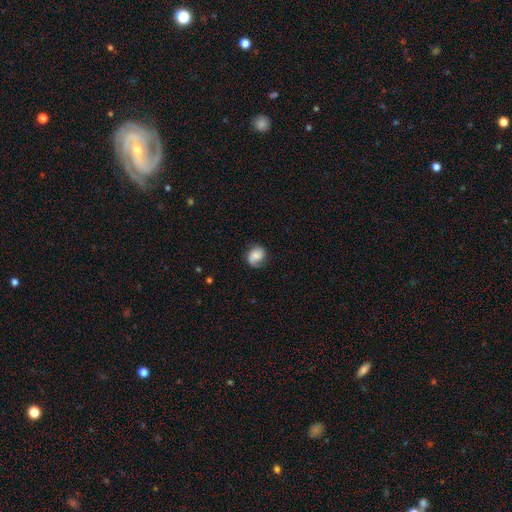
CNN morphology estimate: Smooth or featured?
  - smooth: 53% *
  - featured or disk: 39%
  - star or artifact: 9%
How rounded?
  - round: 53% *
  - in between: 46%
  - cigar-shaped: 1%
Merging?
  - none: 68% *
  - minor disturbance: 23%
  - major disturbance: 8%
  - merger: 1%